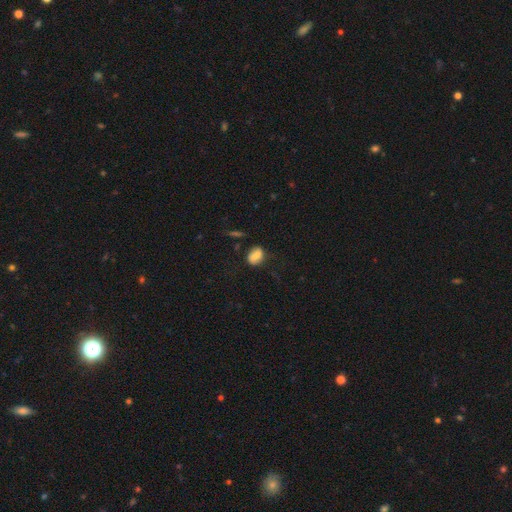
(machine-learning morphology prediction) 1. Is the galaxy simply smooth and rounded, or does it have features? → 74% smooth, 15% featured or disk, 11% star or artifact.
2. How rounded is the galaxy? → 66% in between, 31% round, 2% cigar-shaped.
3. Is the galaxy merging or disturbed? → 58% none, 24% minor disturbance, 9% merger, 9% major disturbance.